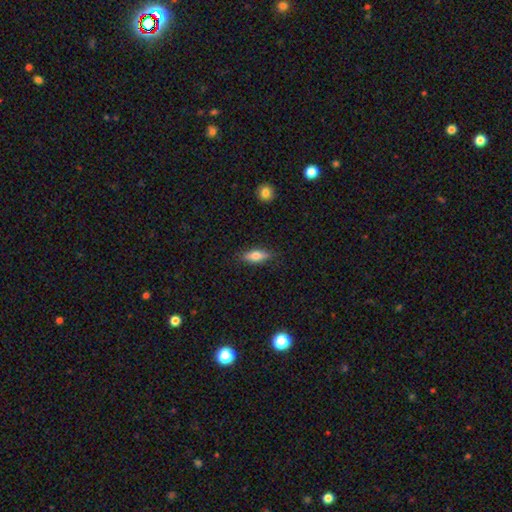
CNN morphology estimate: A smooth galaxy with no disk features (70%) that is in between round and cigar-shaped (61%).

Vote fractions:
- Smooth or featured? smooth: 70% / featured or disk: 23% / star or artifact: 7%
- How rounded? in between: 61% / cigar-shaped: 36% / round: 3%
- Merging? none: 85% / minor disturbance: 12% / major disturbance: 2% / merger: 1%